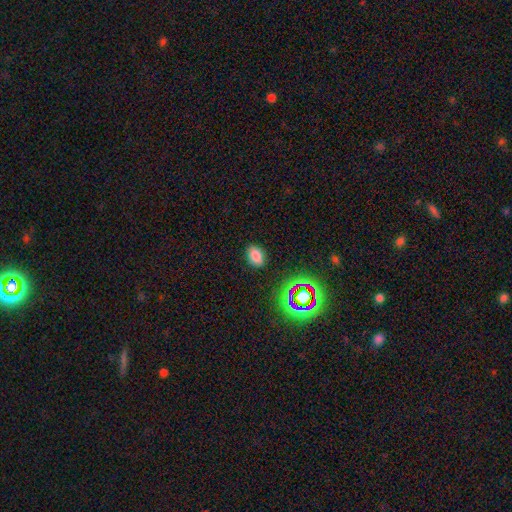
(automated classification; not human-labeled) This appears to be a smooth galaxy with no disk features (77%) that is in between round and cigar-shaped (84%). Merging: none (87%).